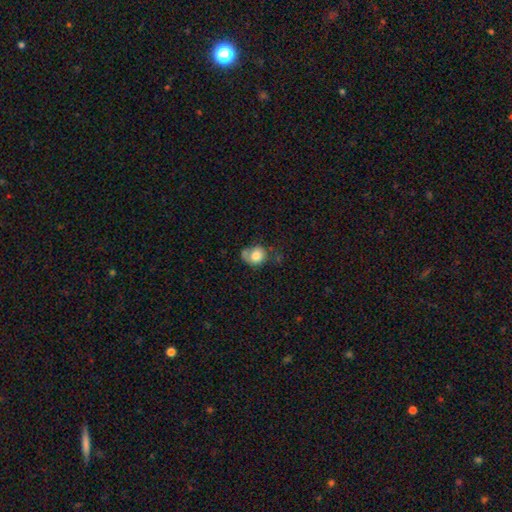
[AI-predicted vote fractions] The model was most divided on "merging": none: 37%, minor disturbance: 29%, major disturbance: 23%, merger: 12%. More confident: smooth or featured — smooth (74%); how rounded — round (63%).